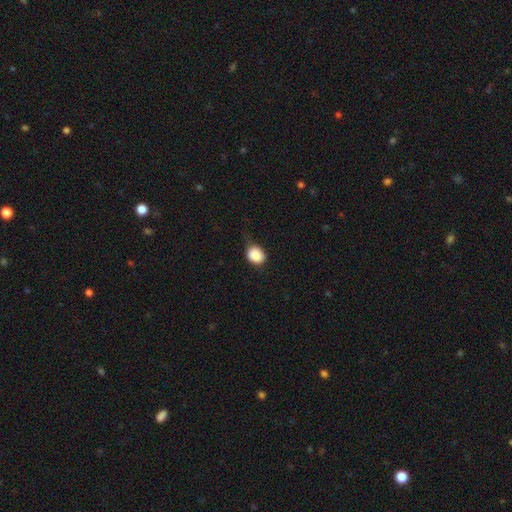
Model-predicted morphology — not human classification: smooth-or-featured: smooth: 86% | star or artifact: 9% | featured or disk: 5%
  how-rounded: round: 55% | in between: 44% | cigar-shaped: 1%
  merging: none: 61% | minor disturbance: 30% | major disturbance: 7% | merger: 2%